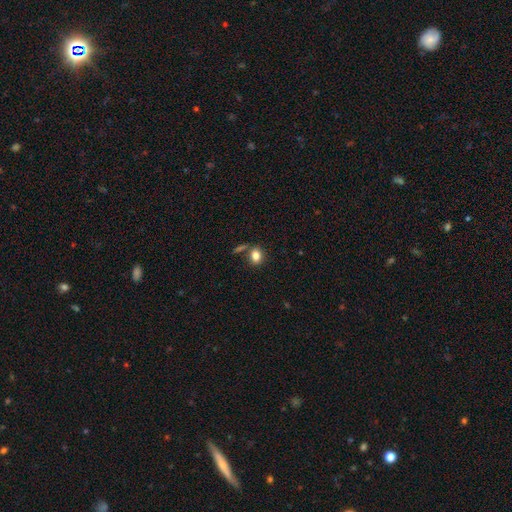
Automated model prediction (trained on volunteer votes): smooth 82%, star or artifact 10%, featured or disk 8%. Down the decision tree: how rounded — in between (55%); merging — none (69%).